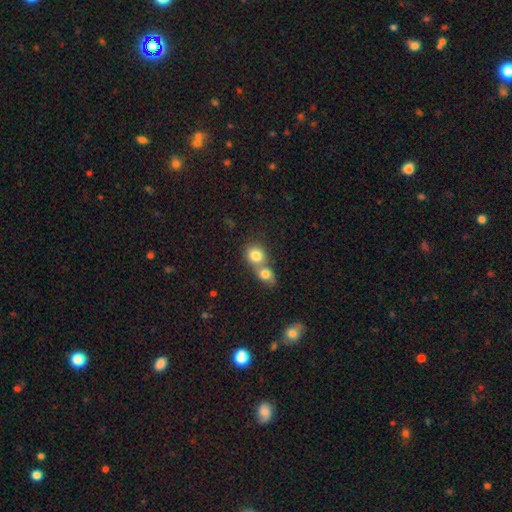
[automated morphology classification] Smooth or featured? smooth (80%)
How rounded? round (71%)
Merging? merger (63%)